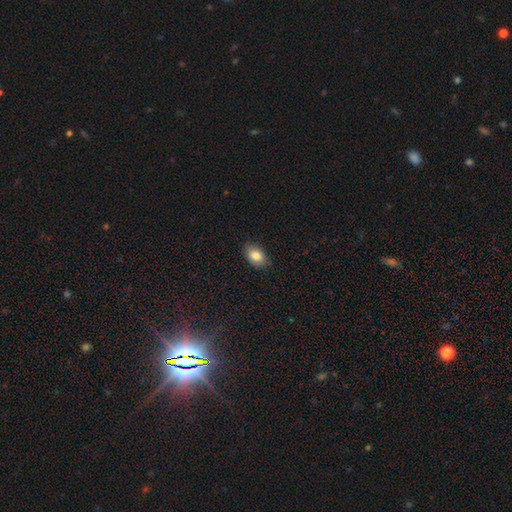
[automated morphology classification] Smooth or featured? smooth (84%)
How rounded? in between (87%)
Merging? none (84%)